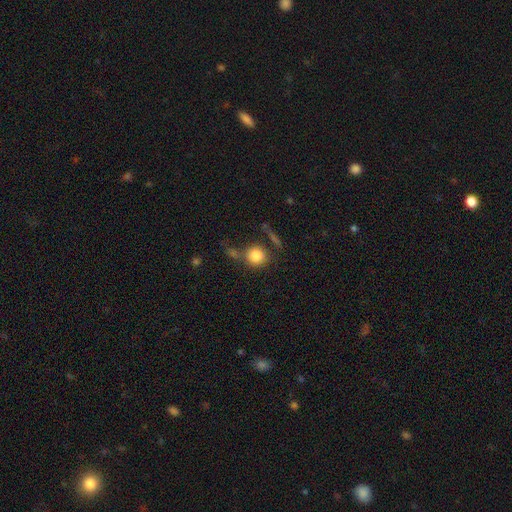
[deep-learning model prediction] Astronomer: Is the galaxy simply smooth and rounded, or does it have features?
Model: smooth — 82%.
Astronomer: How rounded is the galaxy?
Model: round — 88%.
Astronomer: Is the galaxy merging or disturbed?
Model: none — 65%.